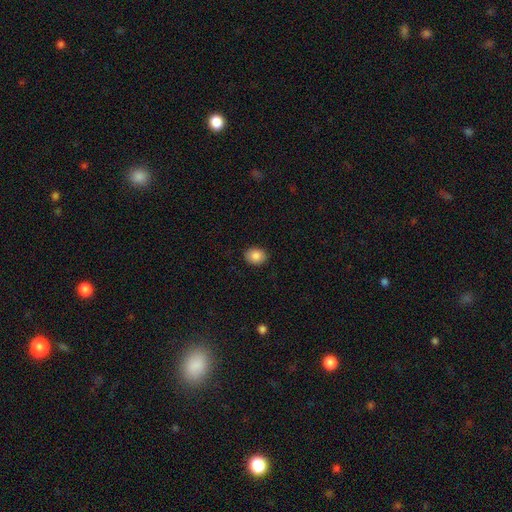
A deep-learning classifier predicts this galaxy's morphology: type=smooth (87%); roundness=in between (55%); merging=none (89%).